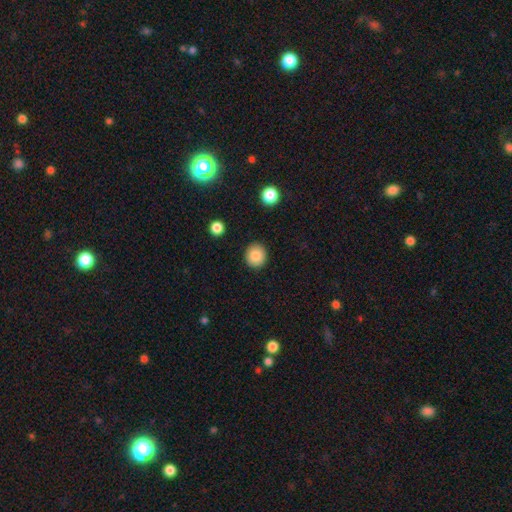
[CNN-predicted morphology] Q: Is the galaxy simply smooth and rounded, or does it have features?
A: smooth — 87%.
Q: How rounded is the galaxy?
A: round — 89%.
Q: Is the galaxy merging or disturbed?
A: none — 90%.